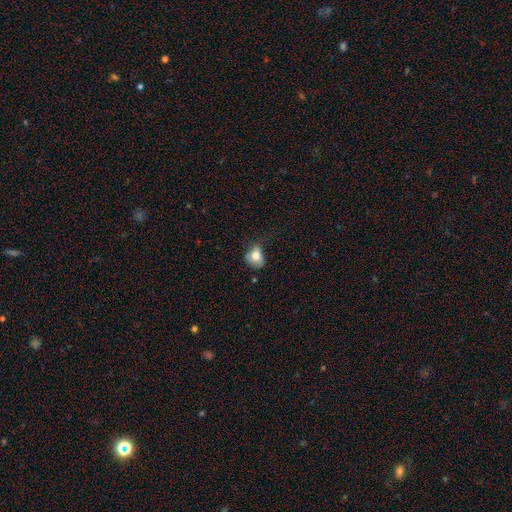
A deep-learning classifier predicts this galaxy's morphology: This is likely a smooth galaxy (74%). How rounded: possibly in between (57%). Merging: marginally minor disturbance (38%).